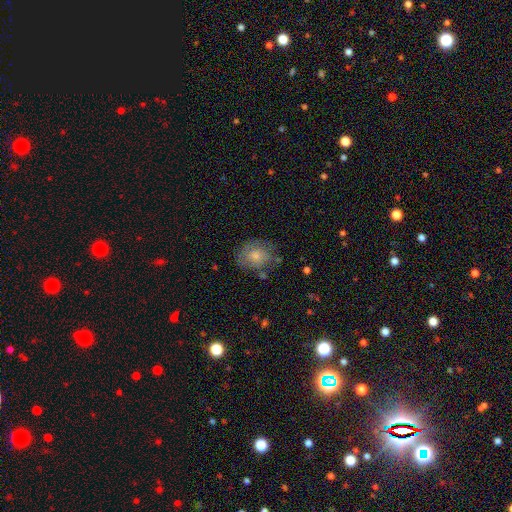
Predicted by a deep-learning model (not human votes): smooth-or-featured: smooth: 56% | featured or disk: 29% | star or artifact: 15%
  how-rounded: round: 55% | in between: 44% | cigar-shaped: 1%
  merging: none: 72% | minor disturbance: 19% | major disturbance: 6% | merger: 3%